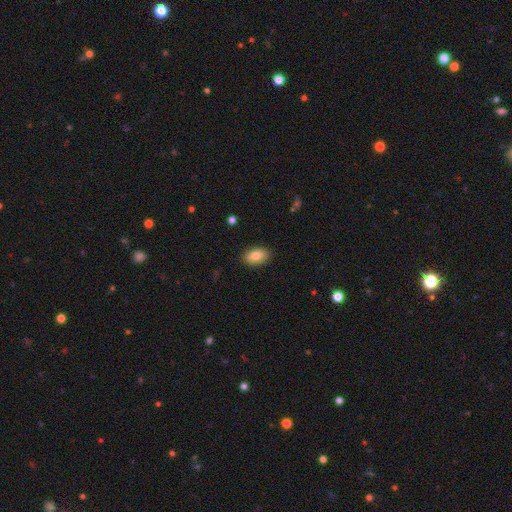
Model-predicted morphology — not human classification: A smooth galaxy with no disk features (82%) that is in between round and cigar-shaped (90%). Merging: none (87%).